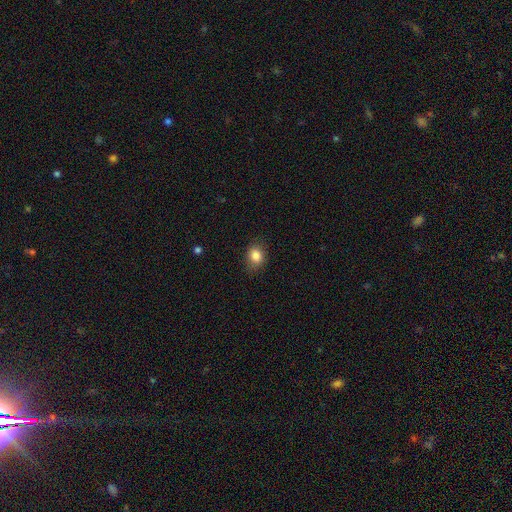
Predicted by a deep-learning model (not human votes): Smooth or featured? smooth (84%)
How rounded? in between (51%)
Merging? none (80%)